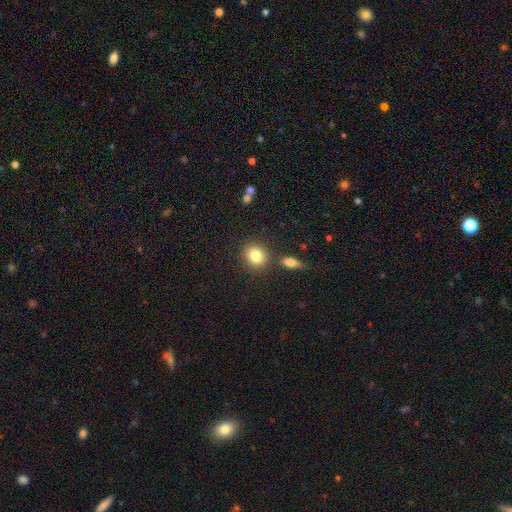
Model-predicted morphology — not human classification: Smooth or featured? smooth (83%)
How rounded? round (75%)
Merging? none (79%)